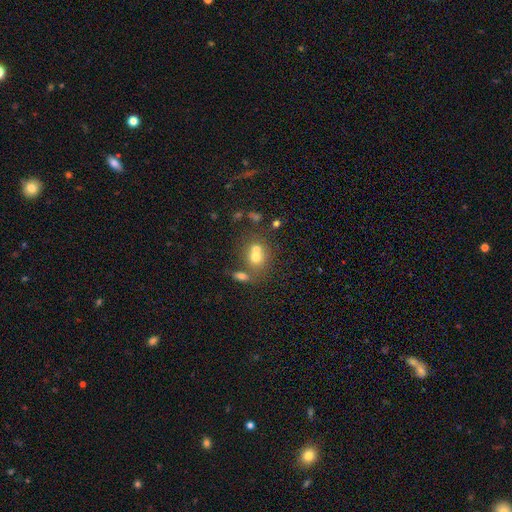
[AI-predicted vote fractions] smooth_or_featured: smooth (p=0.64) [alt: featured or disk p=0.22]
how_rounded: round (p=0.69) [alt: in between p=0.29]
merging: merger (p=0.55) [alt: none p=0.34]